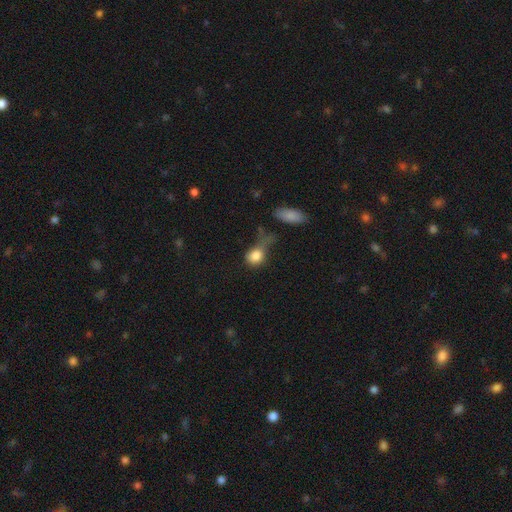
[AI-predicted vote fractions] Overall: smooth (81%). How rounded: in between (49%; round 48%). Merging: none (30%; major disturbance 29%).